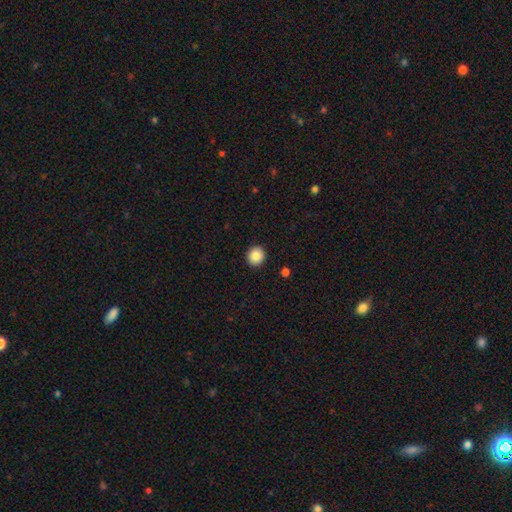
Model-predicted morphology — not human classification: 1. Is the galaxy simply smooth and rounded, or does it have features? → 87% smooth, 9% star or artifact, 4% featured or disk.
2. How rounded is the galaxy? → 90% round, 9% in between, 1% cigar-shaped.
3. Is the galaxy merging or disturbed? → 92% none, 5% minor disturbance, 2% major disturbance, 1% merger.